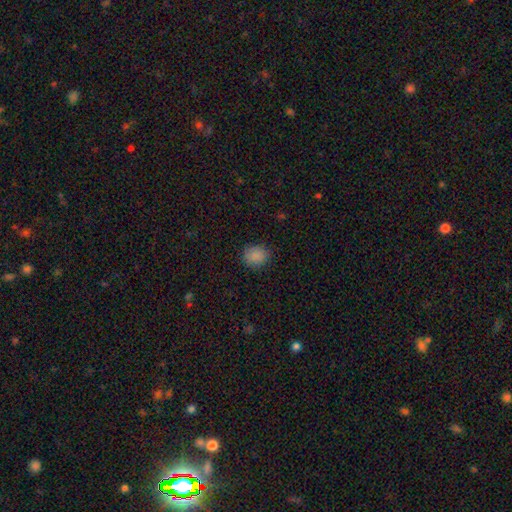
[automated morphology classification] Overall: smooth (86%). How rounded: round (68%; in between 31%). Merging: none (85%).